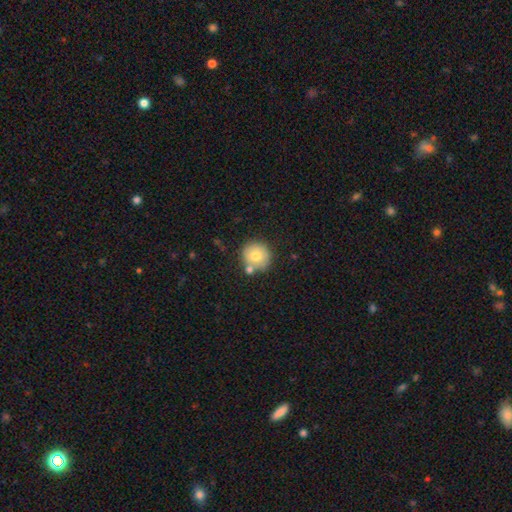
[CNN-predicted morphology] smooth-or-featured: smooth: 74% | featured or disk: 17% | star or artifact: 10%
  how-rounded: round: 93% | in between: 6% | cigar-shaped: 1%
  merging: none: 71% | merger: 15% | minor disturbance: 11% | major disturbance: 3%